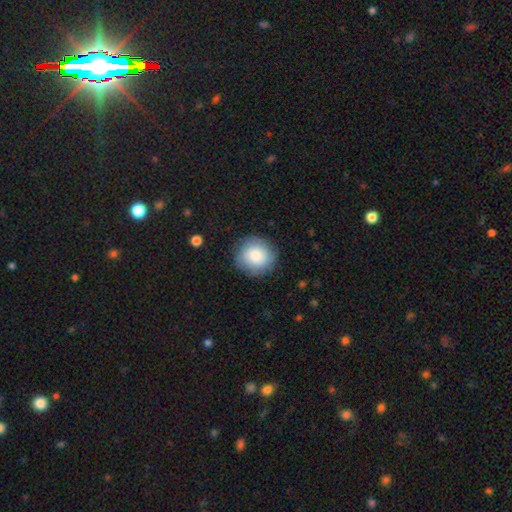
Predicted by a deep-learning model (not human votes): Smooth or featured? Predicted: smooth (p=0.84). How rounded? Predicted: round (p=0.91). Merging? Predicted: none (p=0.85).